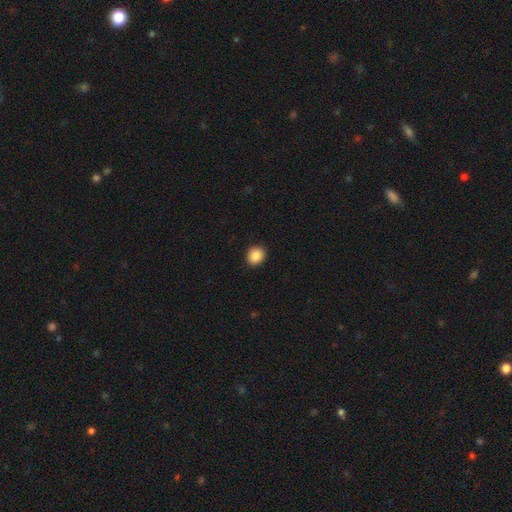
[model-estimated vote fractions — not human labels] Smooth or featured?
  - smooth: 88% *
  - star or artifact: 9%
  - featured or disk: 3%
How rounded?
  - round: 73% *
  - in between: 26%
  - cigar-shaped: 1%
Merging?
  - none: 91% *
  - minor disturbance: 6%
  - major disturbance: 2%
  - merger: 1%